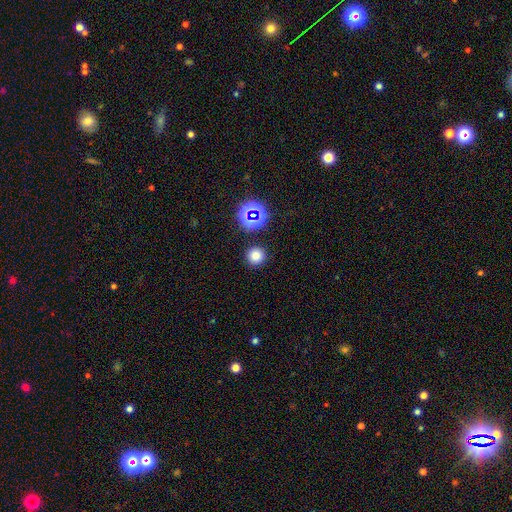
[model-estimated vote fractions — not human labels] A smooth galaxy with no disk features (75%) that is round (94%).

Vote fractions:
- Smooth or featured? smooth: 75% / star or artifact: 19% / featured or disk: 6%
- How rounded? round: 94% / in between: 5% / cigar-shaped: 1%
- Merging? none: 90% / minor disturbance: 6% / major disturbance: 2% / merger: 2%